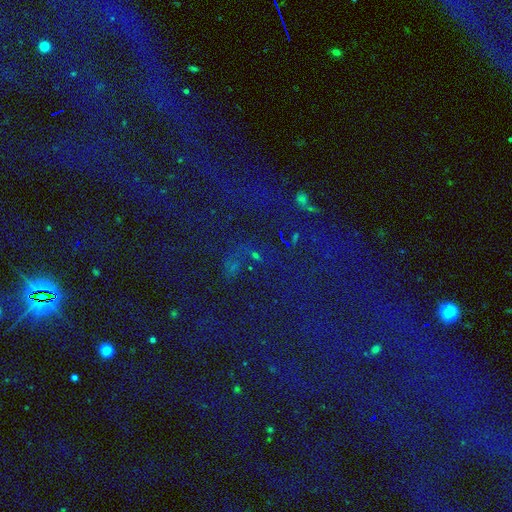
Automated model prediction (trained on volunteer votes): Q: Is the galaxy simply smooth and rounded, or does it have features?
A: star or artifact — 70%.